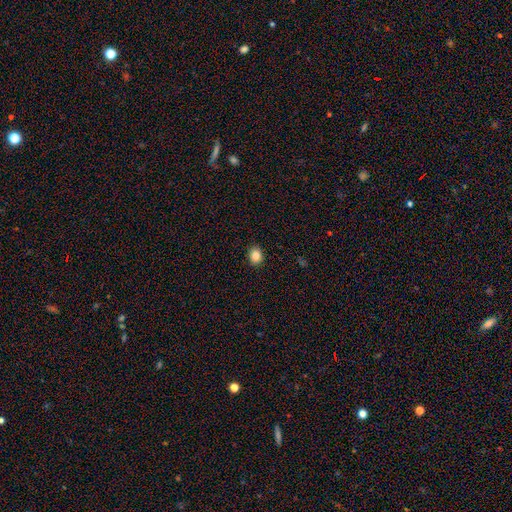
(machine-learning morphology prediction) This appears to be a smooth galaxy with no disk features (85%) that is round (50%). Merging: none (91%).